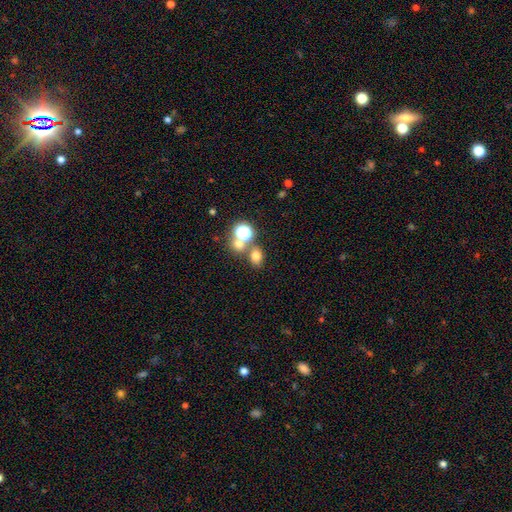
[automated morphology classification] A smooth galaxy with no disk features (70%) that is round (54%). Merging: none (62%).